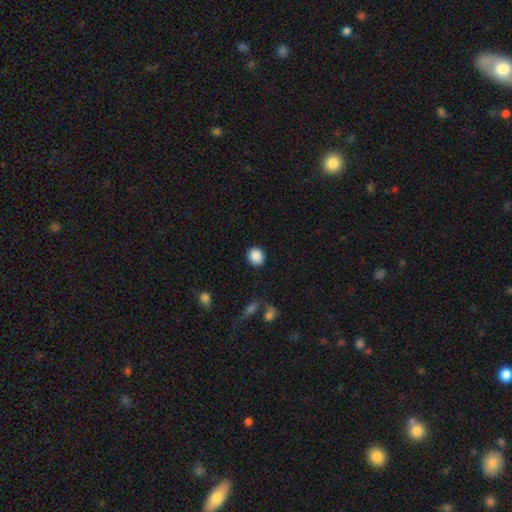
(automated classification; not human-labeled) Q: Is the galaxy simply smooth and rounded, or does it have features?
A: smooth — 88%.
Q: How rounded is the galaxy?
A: round — 79%.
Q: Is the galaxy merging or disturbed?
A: none — 90%.